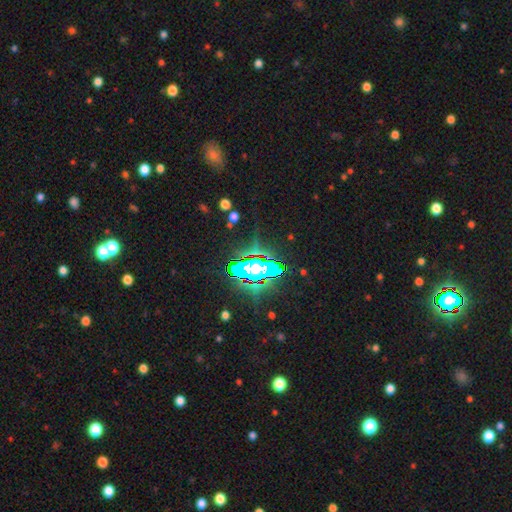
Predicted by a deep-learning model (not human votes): star or artifact 82%, smooth 10%, featured or disk 8%.